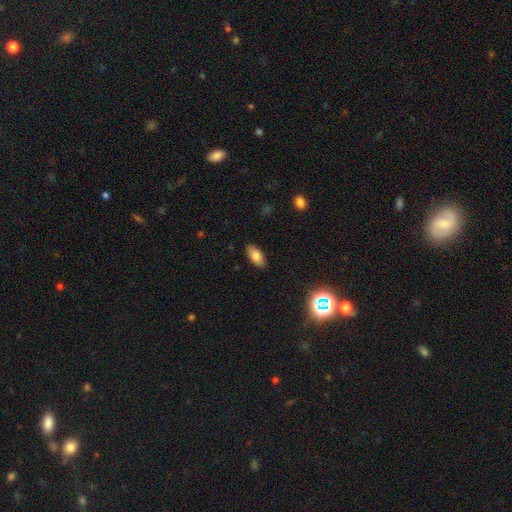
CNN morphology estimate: This appears to be a smooth galaxy with no disk features (80%) that is in between round and cigar-shaped (90%). Merging: none (88%).